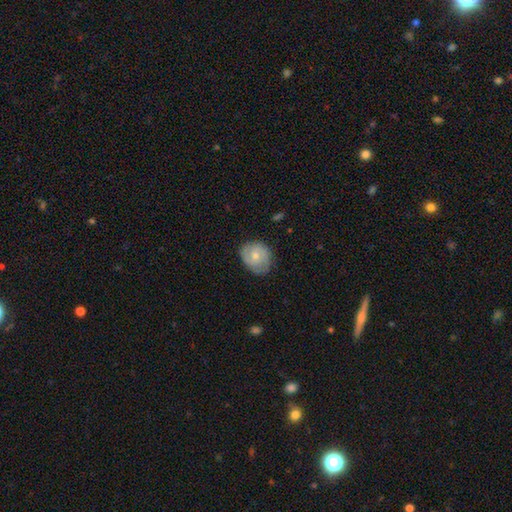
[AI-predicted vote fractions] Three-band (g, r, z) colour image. It shows a featured or disk galaxy (56%) with no bar (71%), spiral arms (89%) and a small central bulge (49%). Merging: none (77%).